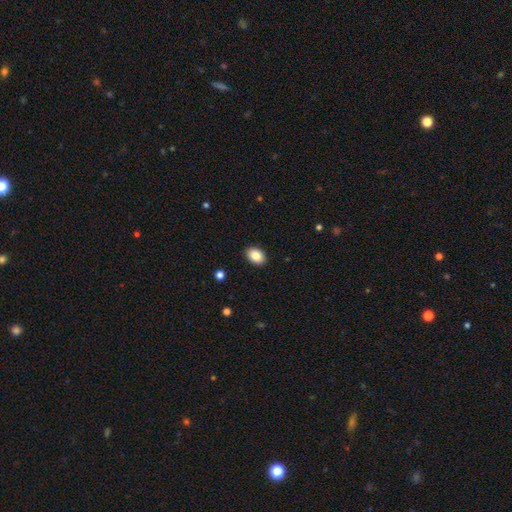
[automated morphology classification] The model was most divided on "how rounded": in between: 84%, round: 15%, cigar-shaped: 1%. More confident: merging — none (90%); smooth or featured — smooth (86%).